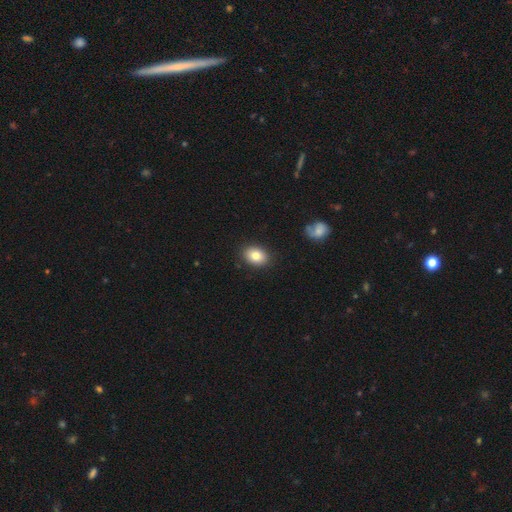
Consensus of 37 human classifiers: smooth 84%, featured or disk 11%, star or artifact 5%. Down the decision tree: how rounded — in between (84%); merging — none (83%).